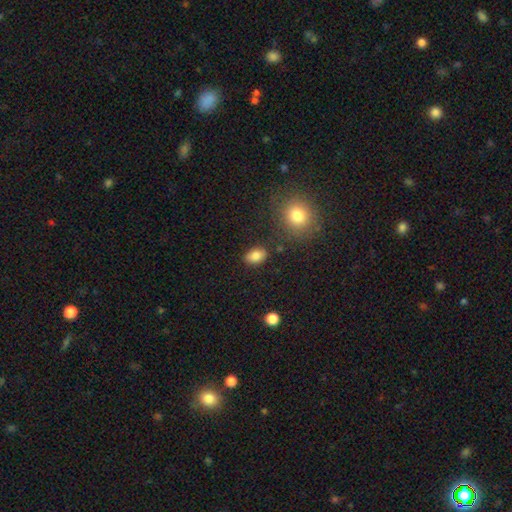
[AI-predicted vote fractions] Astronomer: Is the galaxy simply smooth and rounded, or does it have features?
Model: smooth — 85%.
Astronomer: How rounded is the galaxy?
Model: in between — 85%.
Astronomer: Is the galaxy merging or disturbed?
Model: none — 82%.